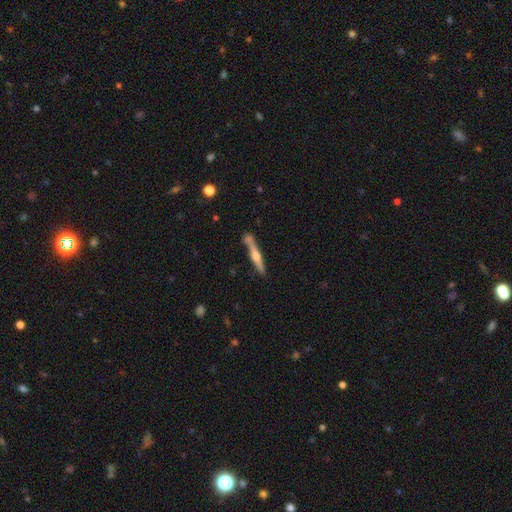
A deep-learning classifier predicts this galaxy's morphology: Smooth or featured?
  - featured or disk: 67% *
  - smooth: 27%
  - star or artifact: 6%
Edge-on disk?
  - yes: 97% *
  - no: 3%
Edge-on bulge?
  - rounded: 87% *
  - boxy: 8%
  - none: 6%
Merging?
  - none: 77% *
  - minor disturbance: 13%
  - merger: 7%
  - major disturbance: 3%